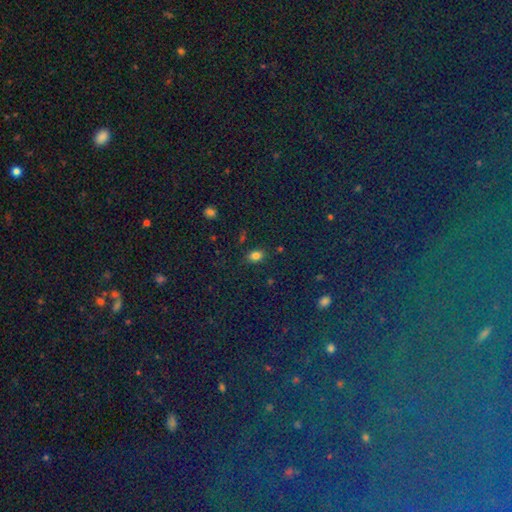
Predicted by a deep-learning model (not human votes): Overall: smooth (80%). How rounded: in between (78%). Merging: none (83%).